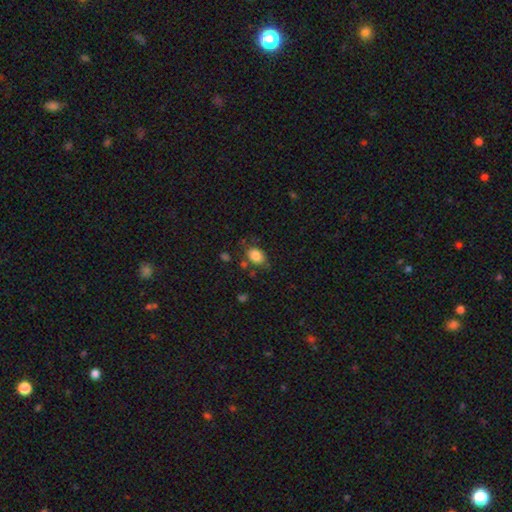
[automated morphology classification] This appears to be a smooth galaxy with no disk features (84%) that is in between round and cigar-shaped (70%). Merging: none (68%).